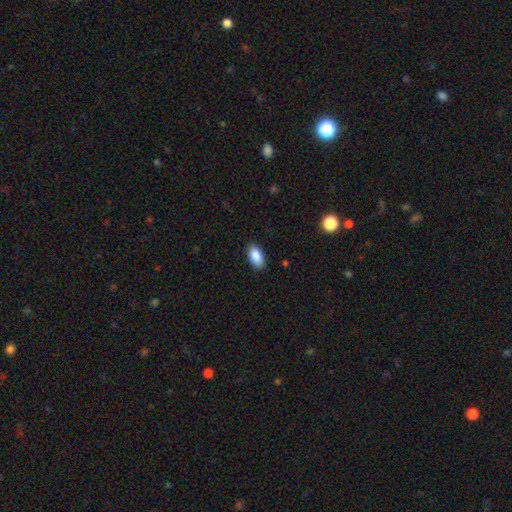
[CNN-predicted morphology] A smooth galaxy with no disk features (88%) that is in between round and cigar-shaped (94%). Merging: none (88%).